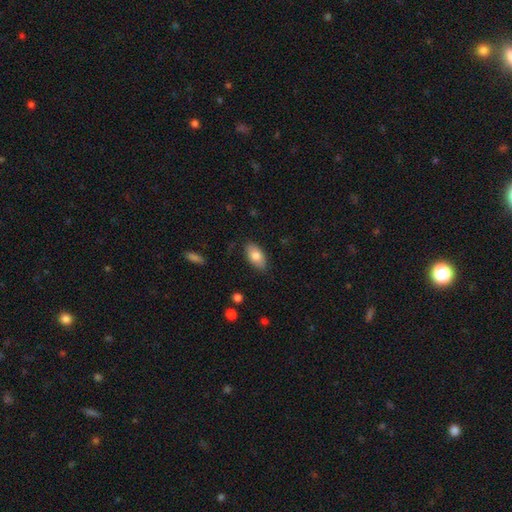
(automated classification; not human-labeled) Smooth or featured? smooth (80%)
How rounded? in between (93%)
Merging? none (84%)